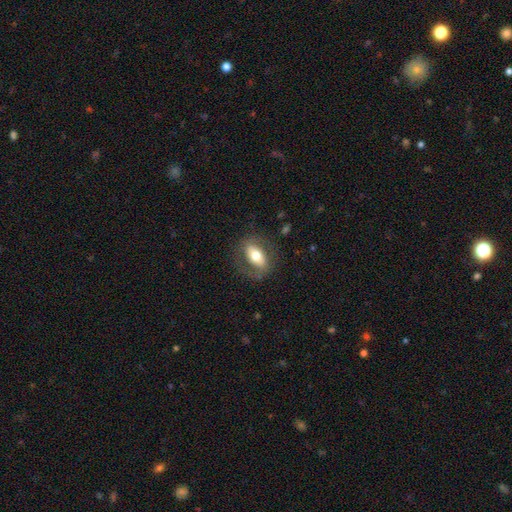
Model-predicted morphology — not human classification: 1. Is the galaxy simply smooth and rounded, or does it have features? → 51% smooth, 42% featured or disk, 6% star or artifact.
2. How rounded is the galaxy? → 85% in between, 10% round, 5% cigar-shaped.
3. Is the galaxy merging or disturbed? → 75% none, 14% minor disturbance, 10% major disturbance, 1% merger.